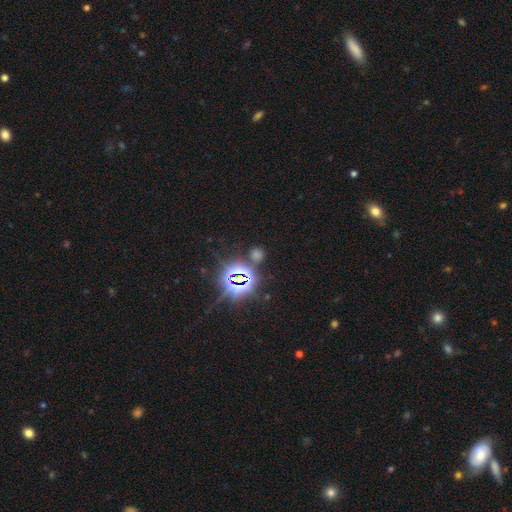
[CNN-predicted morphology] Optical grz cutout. It shows a star or artifact, not a galaxy (77%).